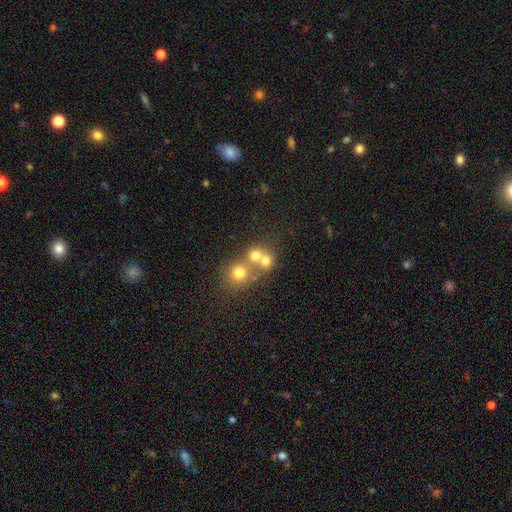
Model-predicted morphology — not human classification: Smooth or featured? smooth (68%)
How rounded? round (84%)
Merging? merger (50%)